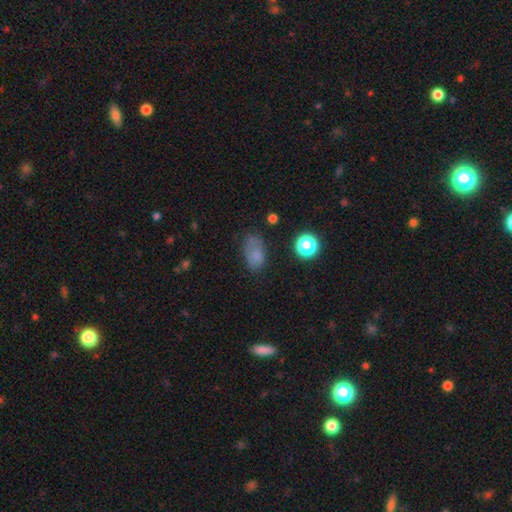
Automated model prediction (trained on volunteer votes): Smooth or featured? smooth (74%)
How rounded? in between (87%)
Merging? none (53%)